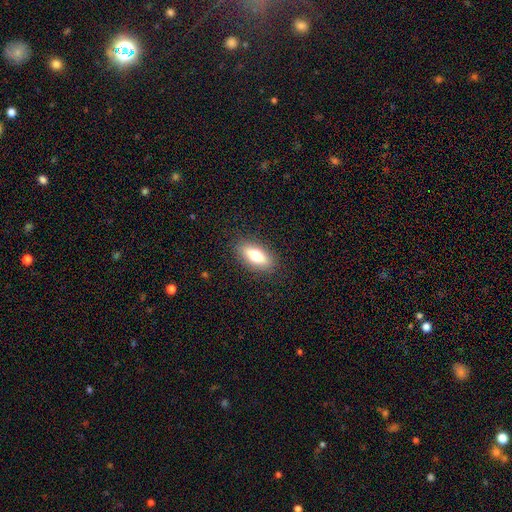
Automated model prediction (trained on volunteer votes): Smooth or featured? Predicted: smooth (p=0.71). How rounded? Predicted: in between (p=0.77). Merging? Predicted: none (p=0.87).